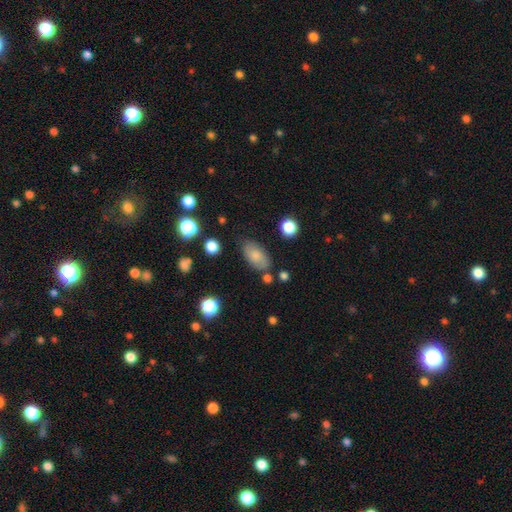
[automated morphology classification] type=smooth (77%); roundness=in between (92%); merging=none (73%).